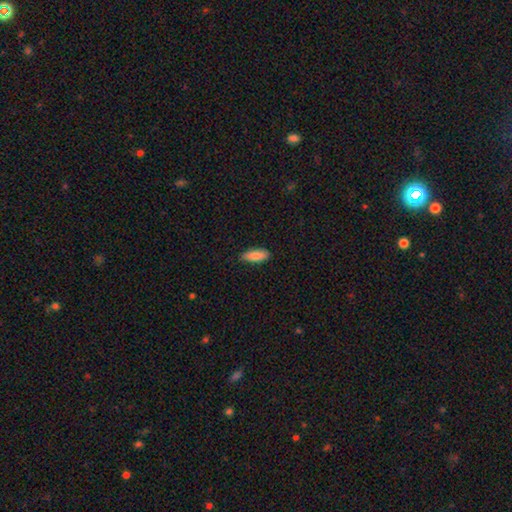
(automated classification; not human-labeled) smooth-or-featured: smooth: 84% | featured or disk: 10% | star or artifact: 6%
  how-rounded: in between: 72% | cigar-shaped: 26% | round: 2%
  merging: none: 87% | minor disturbance: 10% | major disturbance: 2% | merger: 1%